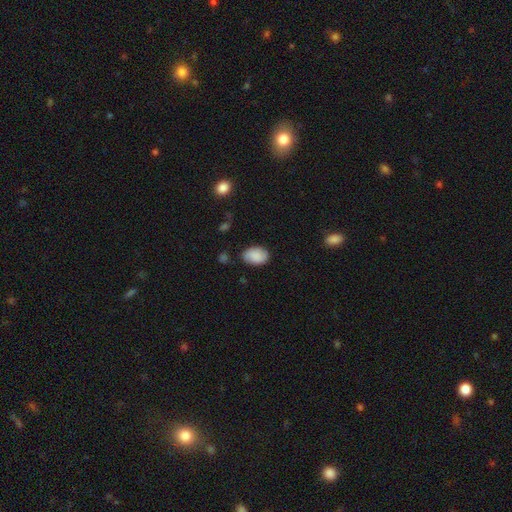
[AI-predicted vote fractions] Q: Smooth or featured?
A: smooth (86%); runner-up: featured or disk (8%)
Q: How rounded?
A: in between (85%); runner-up: round (14%)
Q: Merging?
A: none (75%); runner-up: minor disturbance (19%)